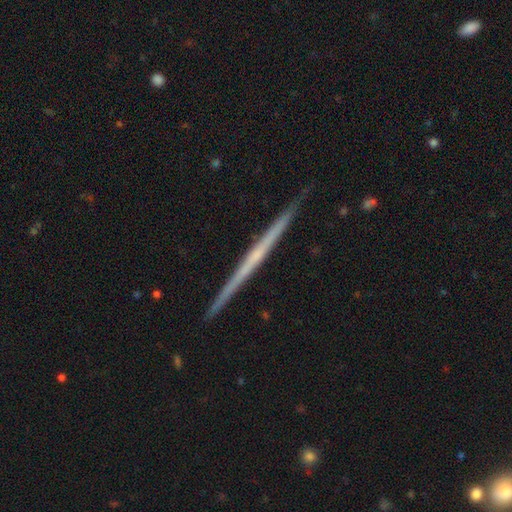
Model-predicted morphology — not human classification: smooth_or_featured: featured or disk (p=0.75) [alt: smooth p=0.19]
disk_edge_on: yes (p=0.98) [alt: no p=0.02]
edge_on_bulge: none (p=0.68) [alt: rounded p=0.26]
merging: none (p=0.92) [alt: minor disturbance p=0.06]